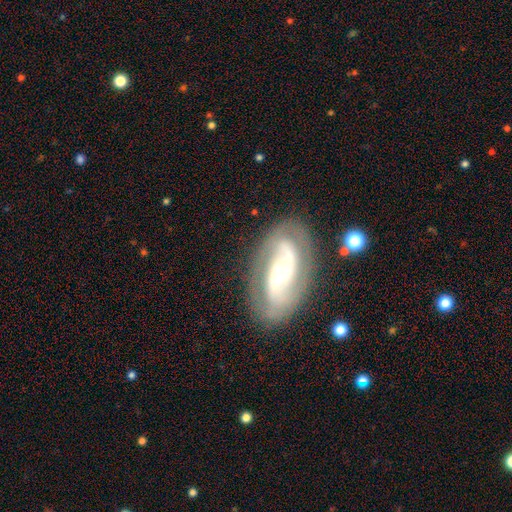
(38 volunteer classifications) Smooth or featured?
  - featured or disk: 79% *
  - smooth: 18%
  - star or artifact: 3%
Edge-on disk?
  - no: 90% *
  - yes: 10%
Bar?
  - weak: 59% *
  - no: 30%
  - strong: 11%
Spiral arms?
  - yes: 89% *
  - no: 11%
Spiral winding?
  - loose: 50% *
  - tight: 25%
  - medium: 25%
Spiral arm count?
  - 2: 83% *
  - can't tell: 12%
  - 1: 4%
  - 3: 0%
  - 4: 0%
  - more than 4: 0%
Bulge size?
  - moderate: 67% *
  - small: 26%
  - large: 7%
  - dominant: 0%
  - none: 0%
Merging?
  - none: 81% *
  - major disturbance: 16%
  - minor disturbance: 3%
  - merger: 0%